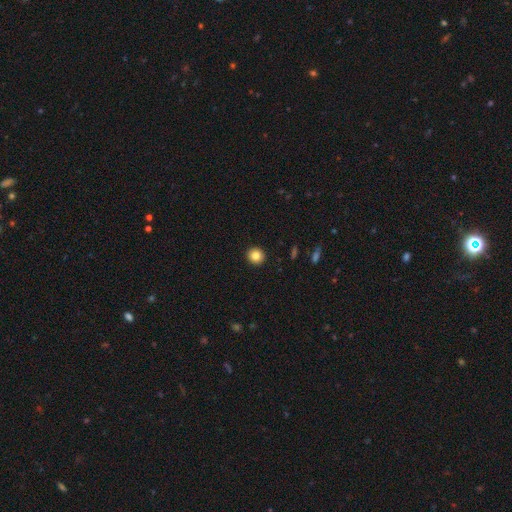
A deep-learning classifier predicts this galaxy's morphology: Smooth or featured? smooth (84%)
How rounded? round (90%)
Merging? none (93%)